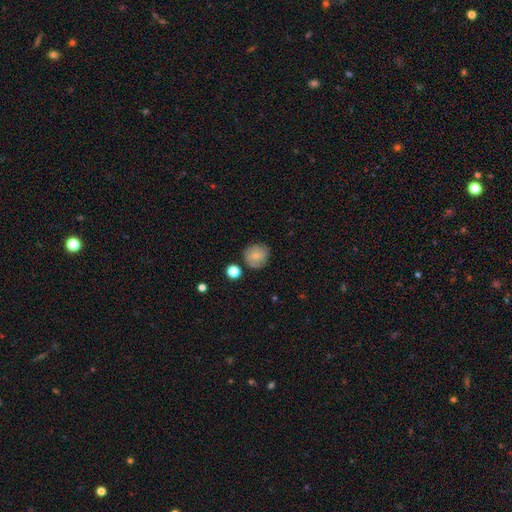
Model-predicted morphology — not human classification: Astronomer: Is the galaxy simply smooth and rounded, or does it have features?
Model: smooth — 72%.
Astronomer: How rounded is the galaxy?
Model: round — 87%.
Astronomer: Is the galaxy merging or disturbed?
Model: none — 75%.